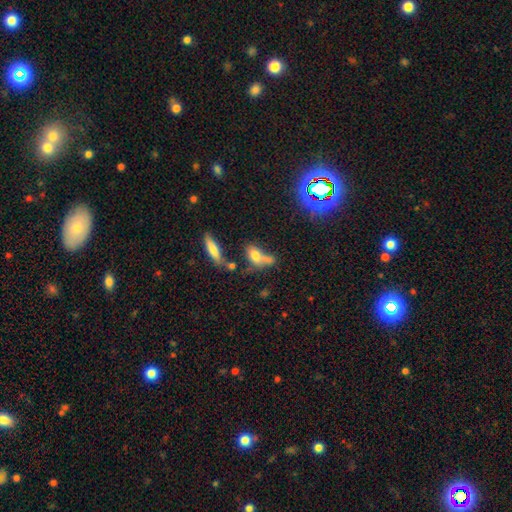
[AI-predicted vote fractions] A smooth galaxy with no disk features (68%) that is in between round and cigar-shaped (73%). Merging: none (36%).